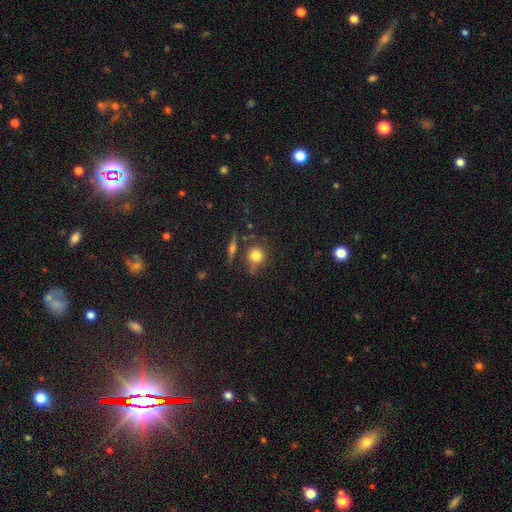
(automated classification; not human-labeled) Overall: smooth (77%). How rounded: round (86%). Merging: none (69%).